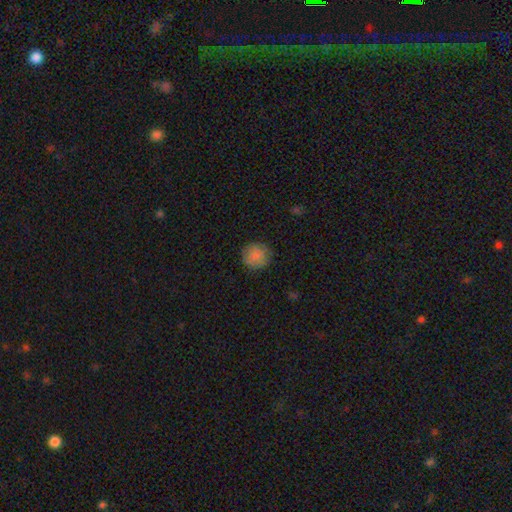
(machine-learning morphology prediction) Smooth or featured? smooth (85%)
How rounded? round (92%)
Merging? none (85%)